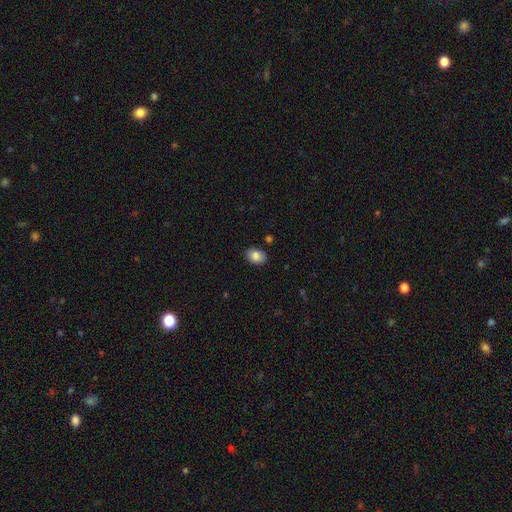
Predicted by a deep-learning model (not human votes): Smooth or featured: smooth — 86% (star or artifact — 8%)
How rounded: in between — 77% (round — 22%)
Merging: none — 85% (minor disturbance — 11%)